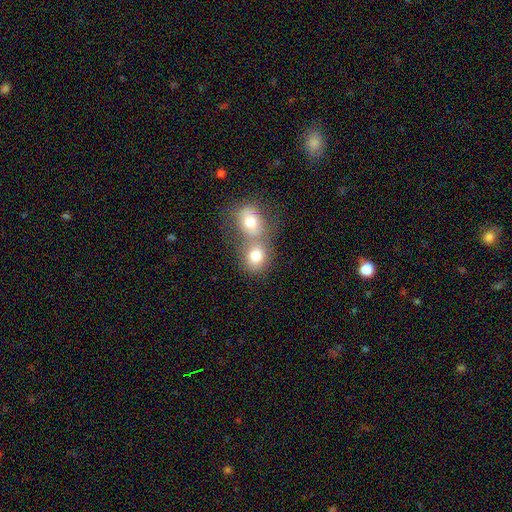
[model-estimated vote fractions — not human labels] A smooth galaxy with no disk features (76%) that is round (64%). Merging: merger (57%).